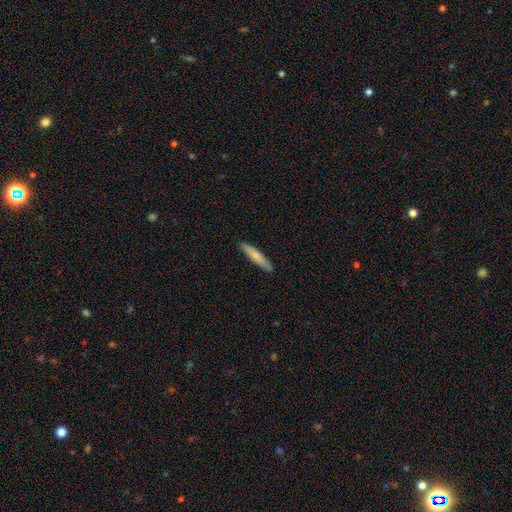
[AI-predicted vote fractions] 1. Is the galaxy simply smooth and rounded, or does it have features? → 77% smooth, 18% featured or disk, 5% star or artifact.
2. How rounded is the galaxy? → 90% cigar-shaped, 9% in between, 1% round.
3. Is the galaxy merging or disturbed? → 90% none, 8% minor disturbance, 1% major disturbance, 1% merger.